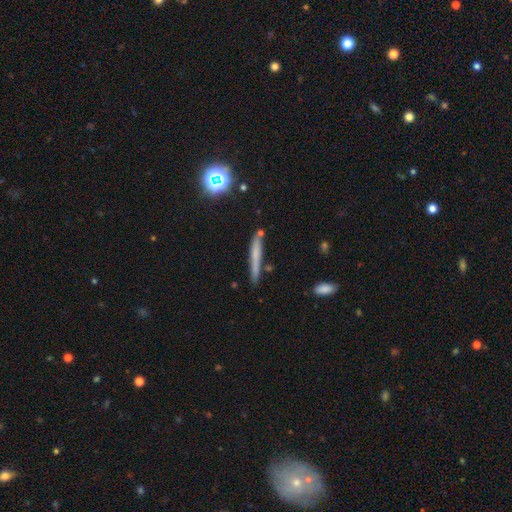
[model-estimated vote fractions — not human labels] Morphology: type=smooth (57%); roundness=cigar-shaped (94%); merging=none (78%).